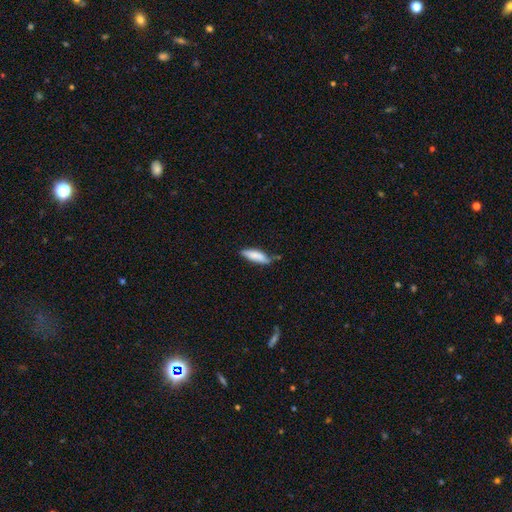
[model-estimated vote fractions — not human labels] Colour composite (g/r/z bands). It shows a smooth galaxy with no disk features (82%) that is cigar-shaped (54%). Merging: none (60%).